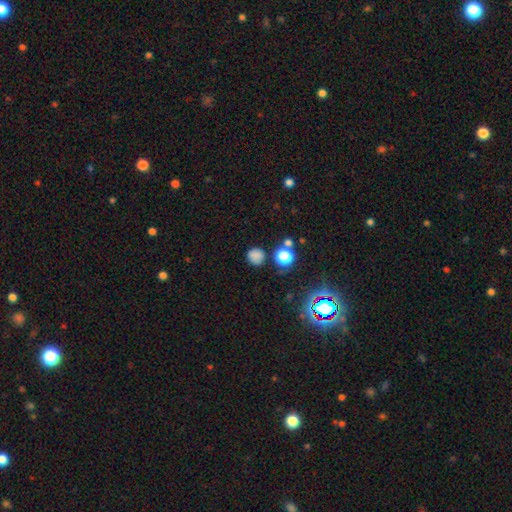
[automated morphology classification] smooth 76%, star or artifact 18%, featured or disk 6%. Down the decision tree: how rounded — round (87%); merging — none (76%).